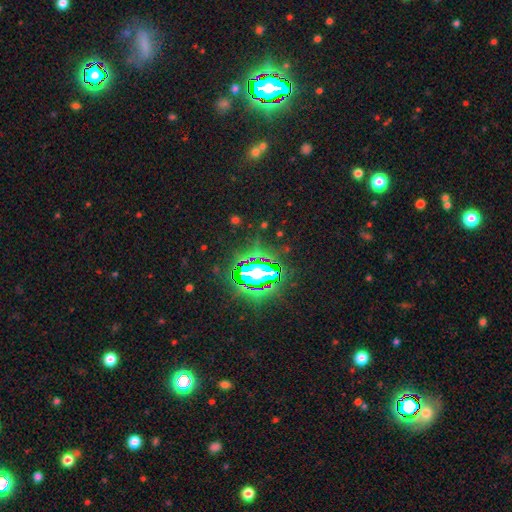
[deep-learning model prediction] Q: Smooth or featured?
A: star or artifact (82%); runner-up: smooth (11%)